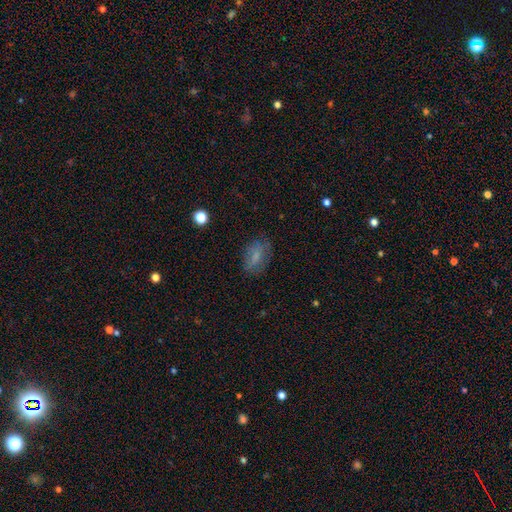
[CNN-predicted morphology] A smooth galaxy with no disk features (67%) that is in between round and cigar-shaped (84%).

Vote fractions:
- Smooth or featured? smooth: 67% / featured or disk: 22% / star or artifact: 11%
- How rounded? in between: 84% / round: 13% / cigar-shaped: 3%
- Merging? none: 70% / minor disturbance: 20% / major disturbance: 8% / merger: 1%